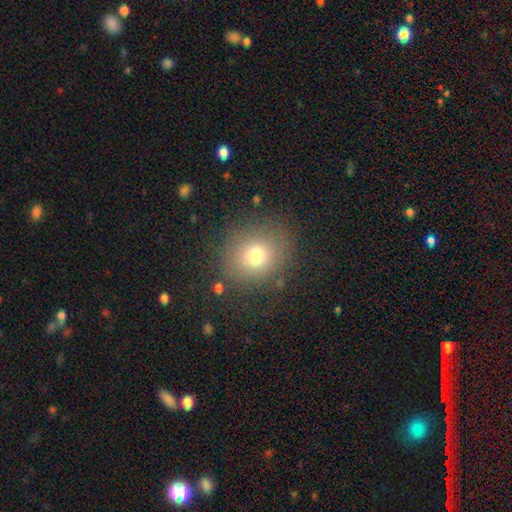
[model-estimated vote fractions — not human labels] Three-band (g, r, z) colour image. It shows a smooth galaxy with no disk features (73%) that is round (79%). Merging: none (83%).